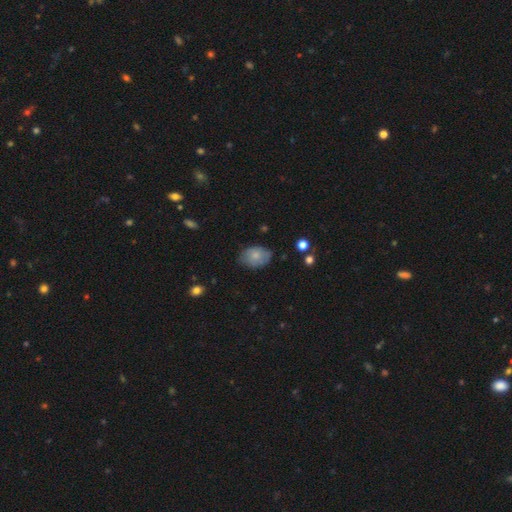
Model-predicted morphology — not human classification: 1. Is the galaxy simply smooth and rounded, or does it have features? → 76% smooth, 17% featured or disk, 7% star or artifact.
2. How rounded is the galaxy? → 82% in between, 17% round, 1% cigar-shaped.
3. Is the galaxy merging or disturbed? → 70% none, 23% minor disturbance, 5% major disturbance, 2% merger.